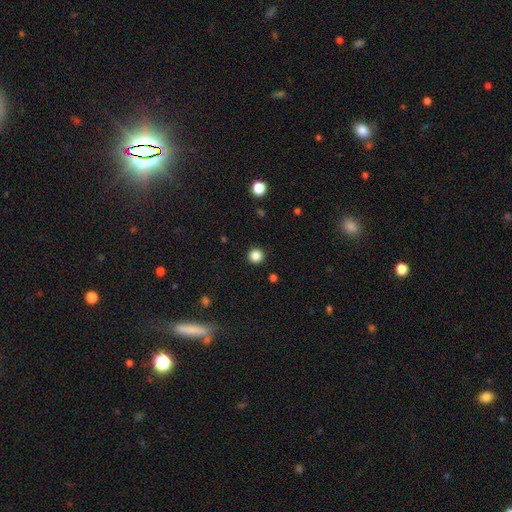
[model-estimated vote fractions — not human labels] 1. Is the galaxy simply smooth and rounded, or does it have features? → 85% smooth, 12% star or artifact, 3% featured or disk.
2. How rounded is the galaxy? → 96% round, 3% in between, 1% cigar-shaped.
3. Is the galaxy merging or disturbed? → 93% none, 4% minor disturbance, 2% major disturbance, 1% merger.